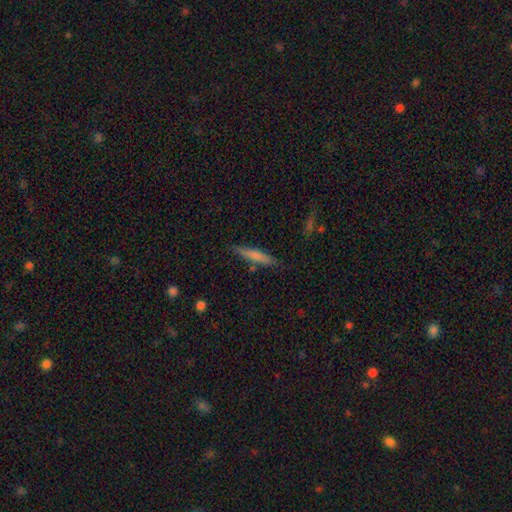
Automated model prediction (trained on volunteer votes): The model was most divided on "smooth or featured": smooth: 70%, featured or disk: 23%, star or artifact: 7%. More confident: how rounded — cigar-shaped (89%); merging — none (81%).